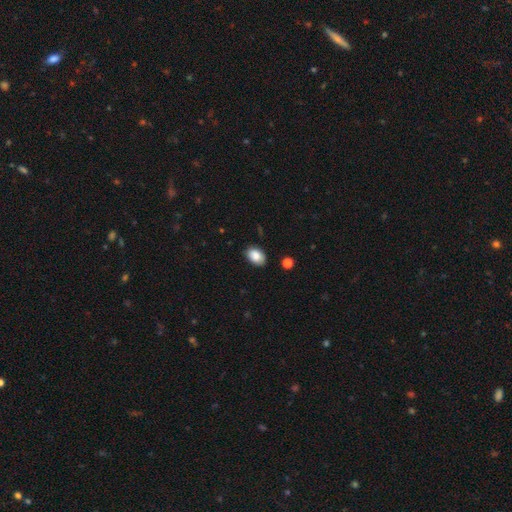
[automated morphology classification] smooth_or_featured: smooth (p=0.87) [alt: star or artifact p=0.08]
how_rounded: in between (p=0.84) [alt: round p=0.15]
merging: none (p=0.84) [alt: minor disturbance p=0.12]